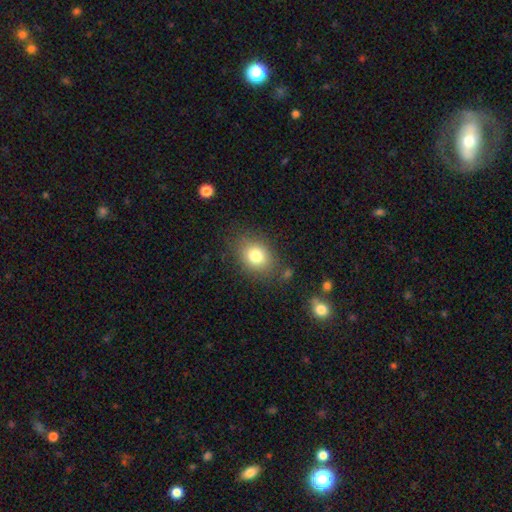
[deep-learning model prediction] smooth_or_featured: smooth (p=0.79) [alt: star or artifact p=0.11]
how_rounded: round (p=0.50) [alt: in between p=0.49]
merging: none (p=0.78) [alt: minor disturbance p=0.14]